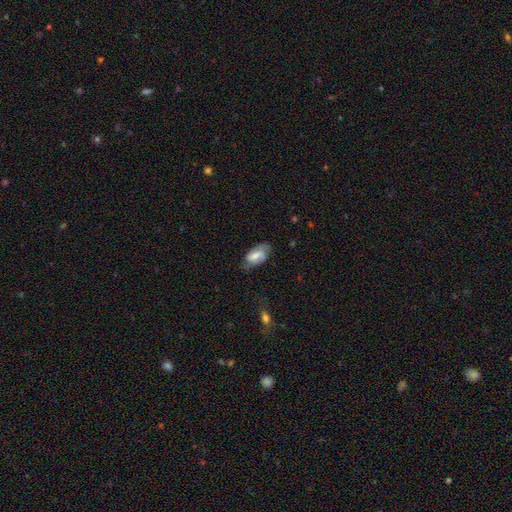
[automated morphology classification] smooth 57%, featured or disk 35%, star or artifact 8%. Down the decision tree: how rounded — in between (91%); merging — none (53%).